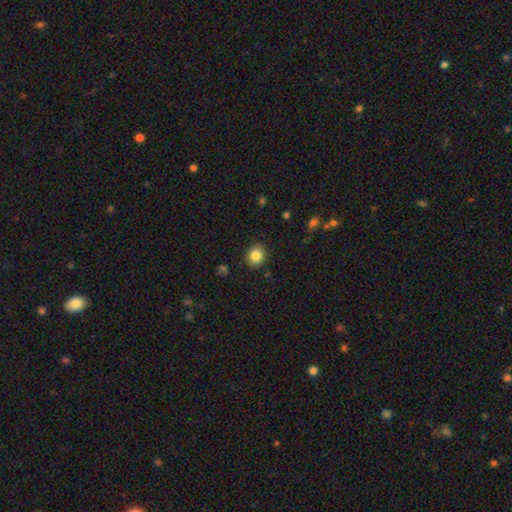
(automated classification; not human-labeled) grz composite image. It shows a smooth galaxy with no disk features (84%) that is round (62%). Merging: none (87%).